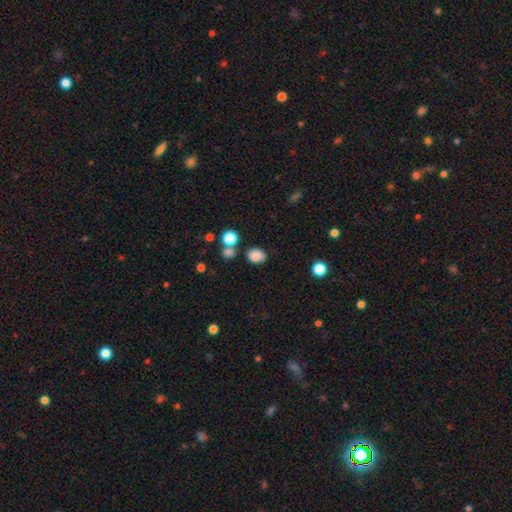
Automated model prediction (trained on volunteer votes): Smooth or featured? Predicted: smooth (p=0.84). How rounded? Predicted: in between (p=0.52). Merging? Predicted: none (p=0.72).